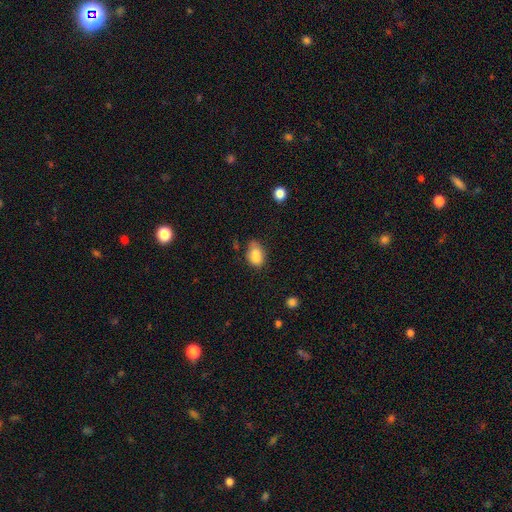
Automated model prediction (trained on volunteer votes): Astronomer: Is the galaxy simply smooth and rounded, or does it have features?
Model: smooth — 76%.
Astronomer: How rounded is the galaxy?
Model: in between — 80%.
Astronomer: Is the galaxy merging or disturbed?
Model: none — 40% (runner-up: merger, 31%).